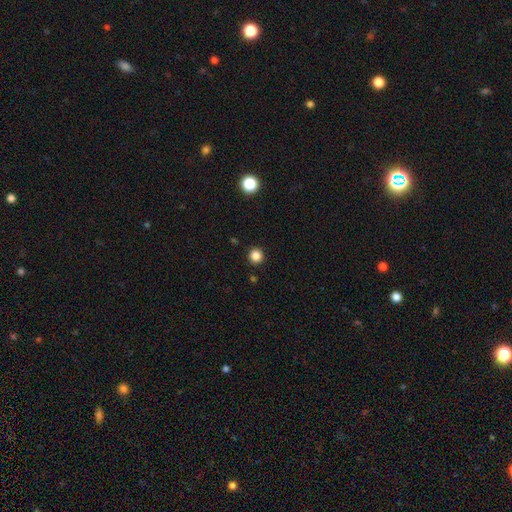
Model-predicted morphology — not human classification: smooth-or-featured: smooth: 85% | star or artifact: 12% | featured or disk: 3%
  how-rounded: round: 95% | in between: 4% | cigar-shaped: 1%
  merging: none: 92% | minor disturbance: 5% | major disturbance: 2% | merger: 1%